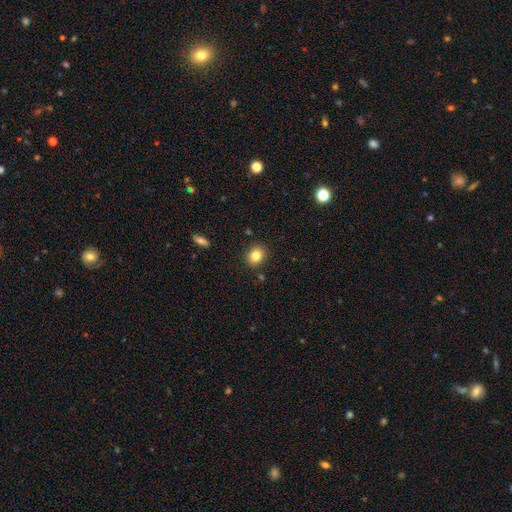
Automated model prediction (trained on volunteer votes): Smooth or featured?
  - smooth: 83% *
  - star or artifact: 10%
  - featured or disk: 7%
How rounded?
  - round: 64% *
  - in between: 35%
  - cigar-shaped: 1%
Merging?
  - none: 88% *
  - minor disturbance: 8%
  - major disturbance: 2%
  - merger: 2%